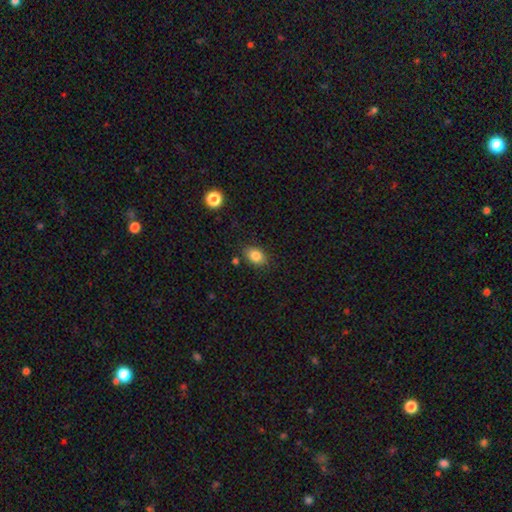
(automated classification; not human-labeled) Q: Smooth or featured?
A: smooth (84%); runner-up: star or artifact (9%)
Q: How rounded?
A: in between (77%); runner-up: round (21%)
Q: Merging?
A: none (82%); runner-up: minor disturbance (12%)